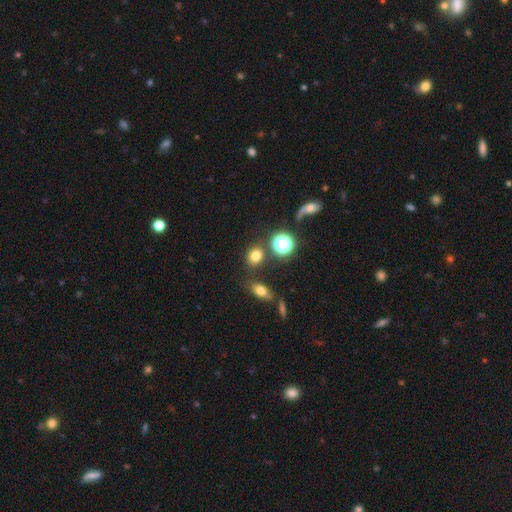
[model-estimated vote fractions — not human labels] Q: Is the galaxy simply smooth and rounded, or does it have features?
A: smooth — 75%.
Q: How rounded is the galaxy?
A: round — 61%.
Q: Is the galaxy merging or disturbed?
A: none — 76%.